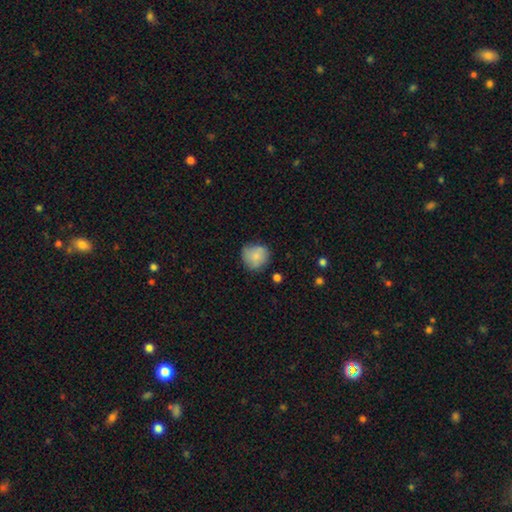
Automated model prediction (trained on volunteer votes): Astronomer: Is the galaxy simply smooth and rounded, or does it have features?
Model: smooth — 81%.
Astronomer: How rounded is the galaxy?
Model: round — 86%.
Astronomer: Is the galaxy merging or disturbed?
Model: none — 65%.